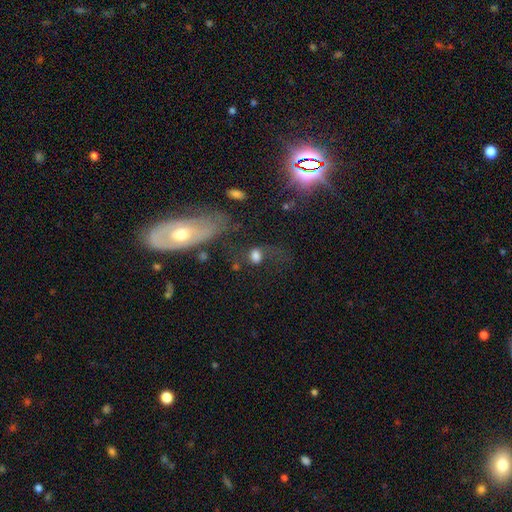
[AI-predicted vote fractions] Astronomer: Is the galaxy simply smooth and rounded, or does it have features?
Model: smooth — 63%.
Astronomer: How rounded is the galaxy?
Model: round — 50% (runner-up: in between, 47%).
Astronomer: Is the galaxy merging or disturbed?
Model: none — 41% (runner-up: major disturbance, 28%).